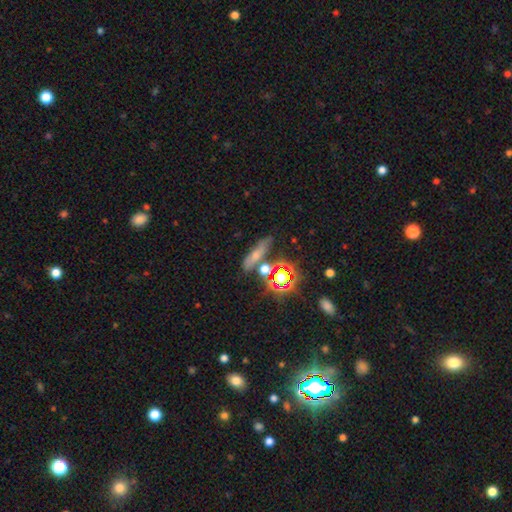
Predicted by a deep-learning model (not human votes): Smooth or featured: smooth — 53% (star or artifact — 27%)
How rounded: cigar-shaped — 49% (in between — 34%)
Merging: none — 65% (minor disturbance — 15%)